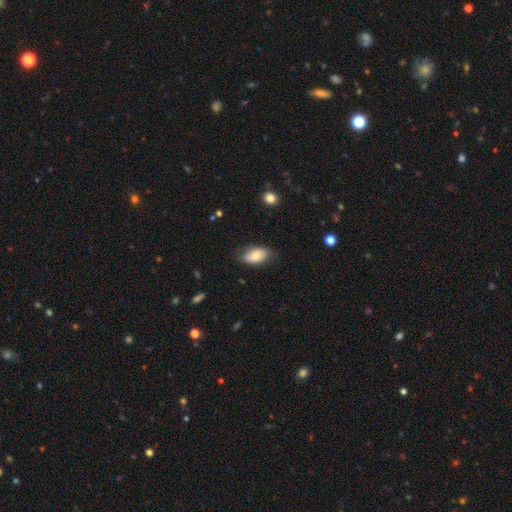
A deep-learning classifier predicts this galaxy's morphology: smooth 77%, featured or disk 16%, star or artifact 7%. Down the decision tree: how rounded — in between (93%); merging — none (77%).